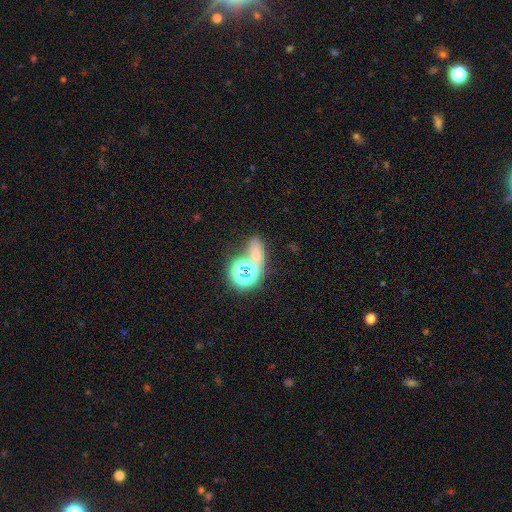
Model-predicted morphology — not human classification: This is possibly a smooth galaxy (48%). Merging: possibly none (53%).